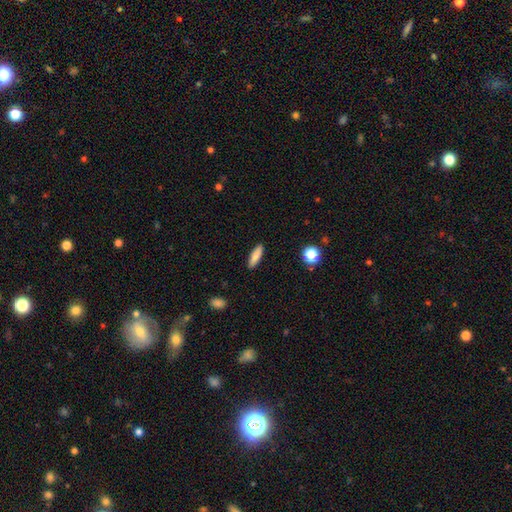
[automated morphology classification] Smooth or featured? smooth (83%)
How rounded? cigar-shaped (60%)
Merging? none (90%)